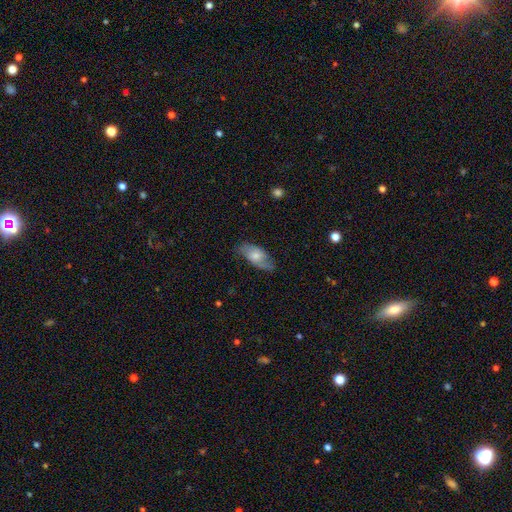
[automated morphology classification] Smooth or featured? Predicted: smooth (p=0.58). How rounded? Predicted: in between (p=0.90). Merging? Predicted: none (p=0.71).